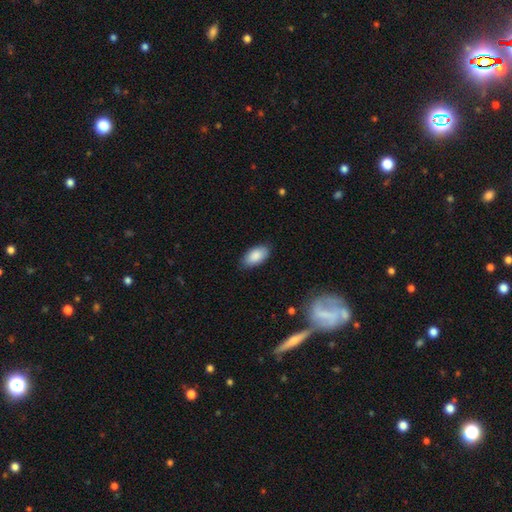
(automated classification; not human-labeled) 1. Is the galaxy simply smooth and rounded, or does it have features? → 88% smooth, 6% star or artifact, 6% featured or disk.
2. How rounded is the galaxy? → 94% in between, 3% cigar-shaped, 3% round.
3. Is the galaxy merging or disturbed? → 85% none, 12% minor disturbance, 2% major disturbance, 1% merger.